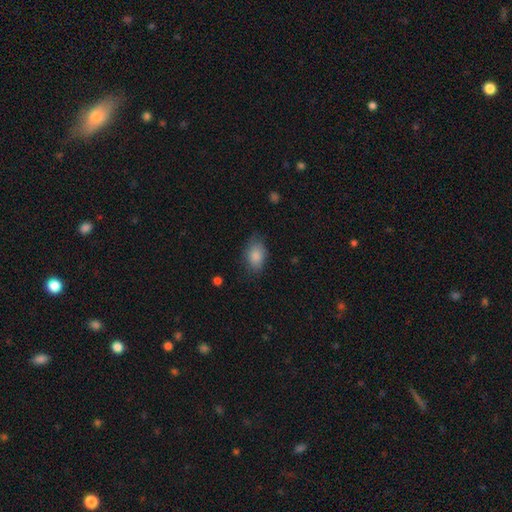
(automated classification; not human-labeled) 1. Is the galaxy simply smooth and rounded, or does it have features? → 87% smooth, 7% star or artifact, 6% featured or disk.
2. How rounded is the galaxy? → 86% in between, 12% round, 1% cigar-shaped.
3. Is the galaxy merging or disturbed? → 72% none, 21% minor disturbance, 5% major disturbance, 1% merger.